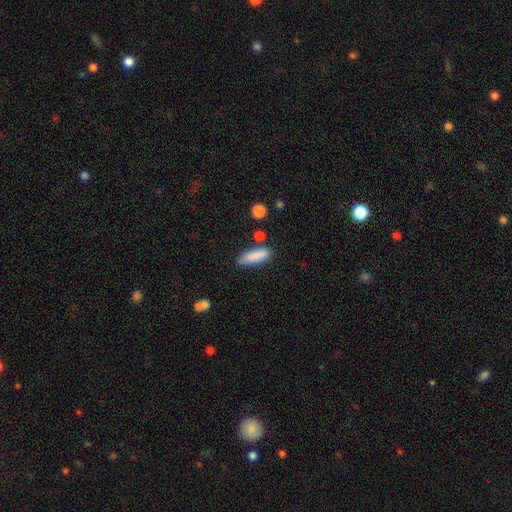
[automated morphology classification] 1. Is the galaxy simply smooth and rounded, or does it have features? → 85% smooth, 8% featured or disk, 7% star or artifact.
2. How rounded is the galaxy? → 54% cigar-shaped, 44% in between, 2% round.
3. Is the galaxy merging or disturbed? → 71% none, 18% minor disturbance, 7% merger, 4% major disturbance.